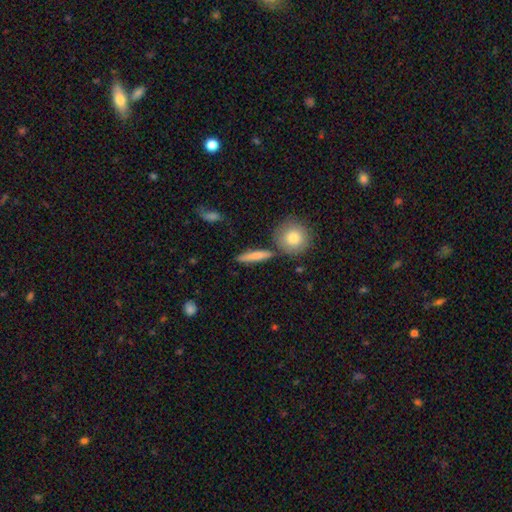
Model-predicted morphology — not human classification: This is likely a smooth galaxy (75%). How rounded: likely cigar-shaped (75%). Merging: clearly none (81%).